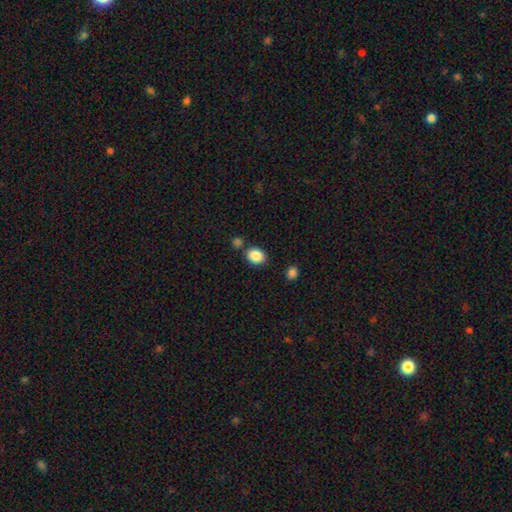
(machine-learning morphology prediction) Smooth or featured? Predicted: smooth (p=0.87). How rounded? Predicted: in between (p=0.53). Merging? Predicted: none (p=0.78).